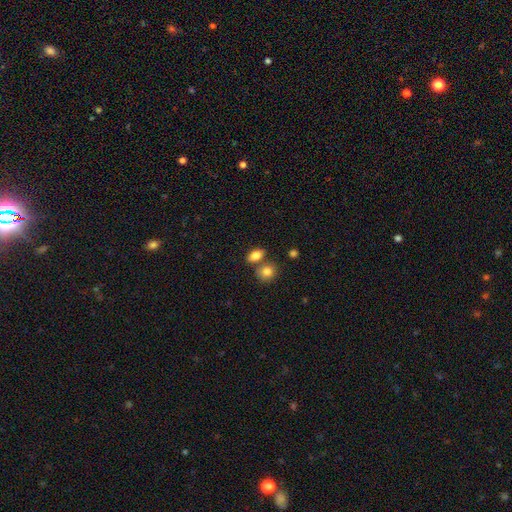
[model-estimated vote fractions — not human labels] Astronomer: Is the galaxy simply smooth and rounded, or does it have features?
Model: smooth — 81%.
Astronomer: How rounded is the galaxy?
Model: in between — 77%.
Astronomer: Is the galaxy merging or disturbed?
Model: none — 60%.